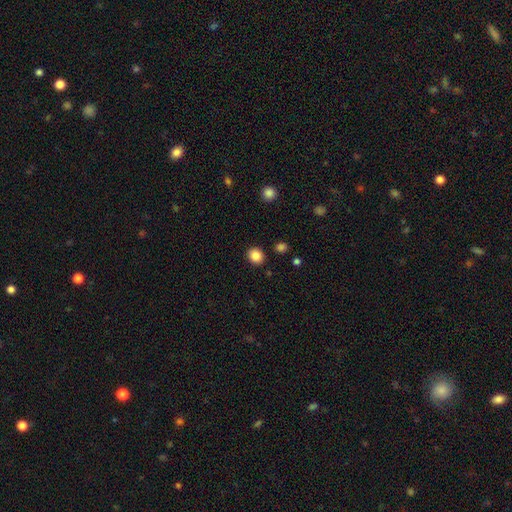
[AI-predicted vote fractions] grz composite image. It shows a smooth galaxy with no disk features (85%) that is round (76%). Merging: none (89%).